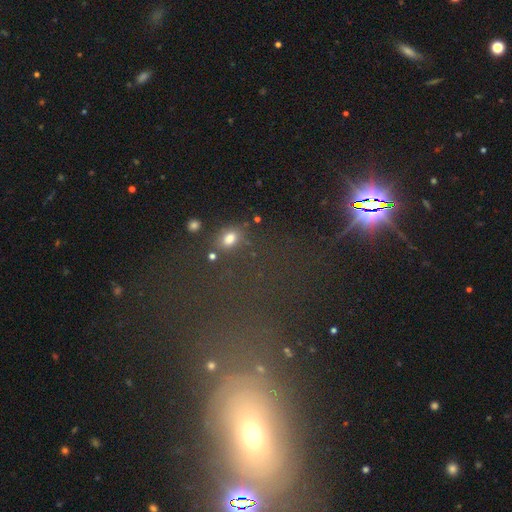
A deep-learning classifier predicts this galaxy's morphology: A star or artifact, not a galaxy (46%).